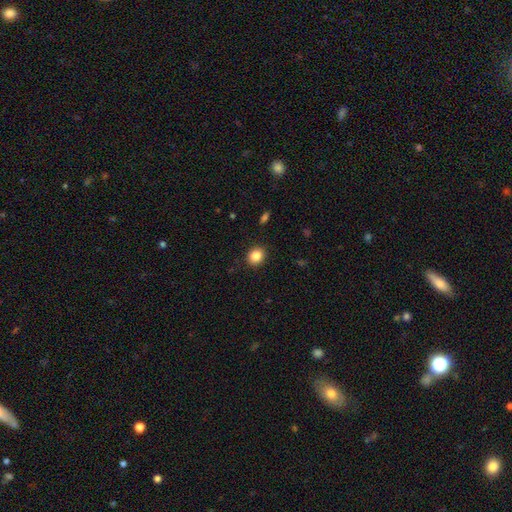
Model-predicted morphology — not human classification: smooth 85%, star or artifact 10%, featured or disk 5%. Down the decision tree: how rounded — round (69%); merging — none (90%).